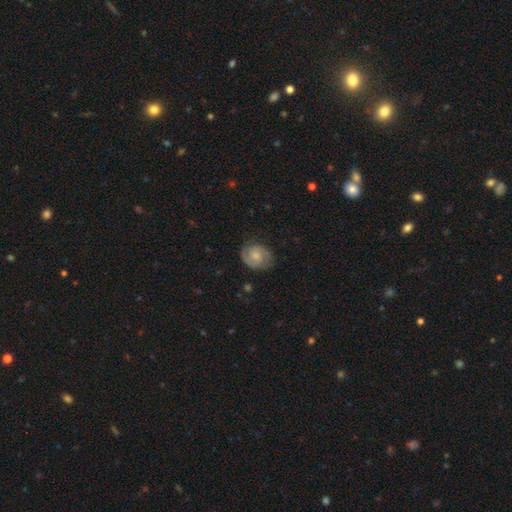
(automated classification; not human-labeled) Overall: featured or disk (68%). Edge-on disk: no (98%). Bar: no (61%; weak 34%). Spiral arms: yes (94%). Spiral arm count: 2 (81%). Spiral winding: tight (48%; medium 41%). Bulge size: moderate (43%; small 39%). Merging: none (77%).